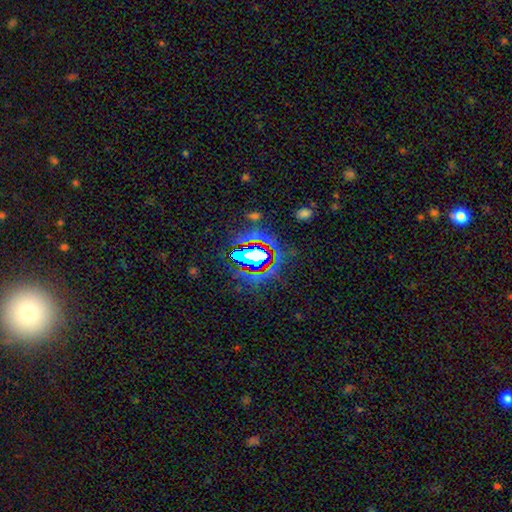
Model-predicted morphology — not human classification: type=star or artifact (68%).